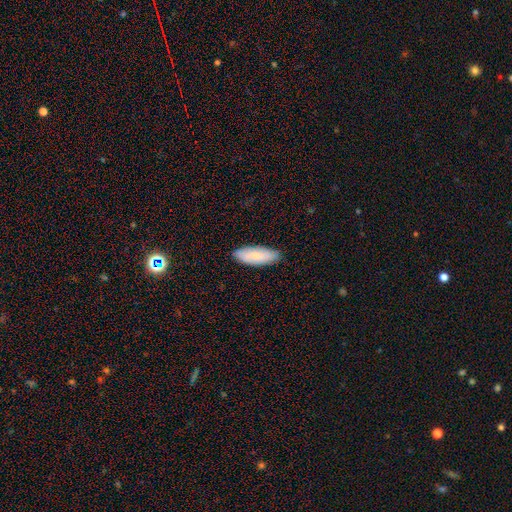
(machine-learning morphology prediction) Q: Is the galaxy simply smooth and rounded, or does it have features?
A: smooth — 81%.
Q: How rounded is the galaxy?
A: in between — 65%.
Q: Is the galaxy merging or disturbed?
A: none — 86%.